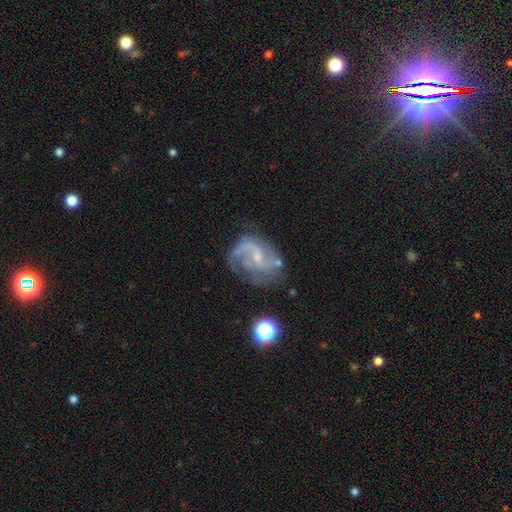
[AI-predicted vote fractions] Overall: featured or disk (83%). Edge-on disk: no (98%). Bar: weak (51%; no 38%). Spiral arms: yes (93%). Spiral arm count: 2 (71%). Spiral winding: medium (44%; loose 43%). Bulge size: small (58%; none 20%). Merging: none (57%; minor disturbance 22%).